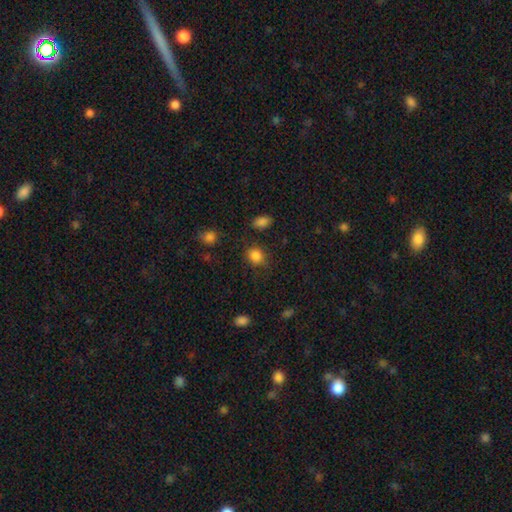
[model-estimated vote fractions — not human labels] Smooth or featured? Predicted: smooth (p=0.84). How rounded? Predicted: round (p=0.70). Merging? Predicted: none (p=0.76).